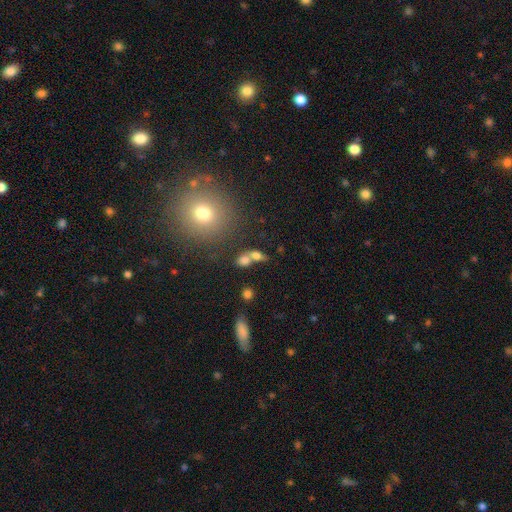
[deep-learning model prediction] Smooth or featured?
  - smooth: 72% *
  - featured or disk: 14%
  - star or artifact: 13%
How rounded?
  - in between: 69% *
  - round: 26%
  - cigar-shaped: 5%
Merging?
  - merger: 55% *
  - none: 30%
  - minor disturbance: 9%
  - major disturbance: 6%